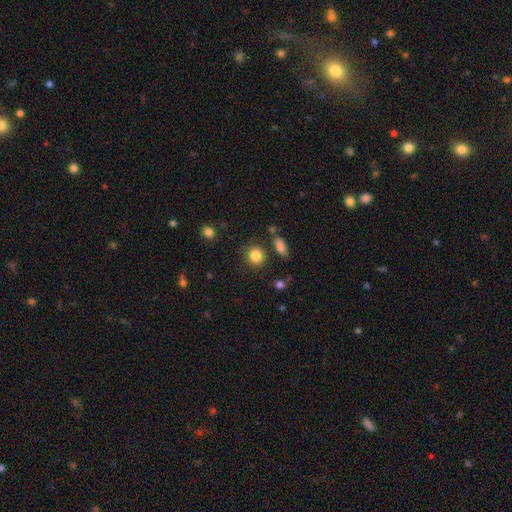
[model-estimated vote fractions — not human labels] smooth_or_featured: smooth (p=0.85) [alt: star or artifact p=0.10]
how_rounded: round (p=0.85) [alt: in between p=0.14]
merging: none (p=0.82) [alt: minor disturbance p=0.10]